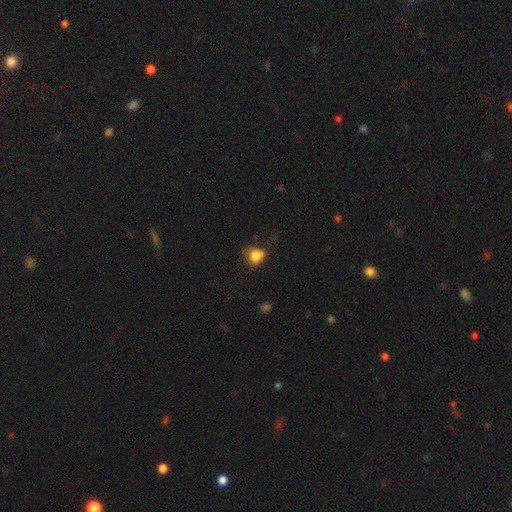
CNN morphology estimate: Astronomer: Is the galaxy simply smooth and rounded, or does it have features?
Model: smooth — 82%.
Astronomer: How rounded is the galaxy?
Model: round — 64%.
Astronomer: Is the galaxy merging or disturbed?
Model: none — 45% (runner-up: minor disturbance, 33%).